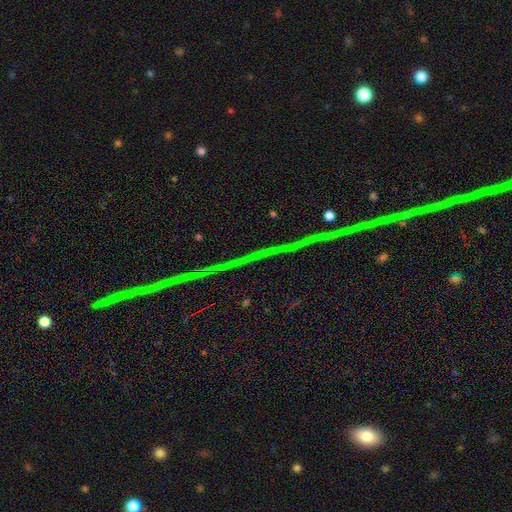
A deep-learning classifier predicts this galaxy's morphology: Smooth or featured? Predicted: star or artifact (p=0.86).